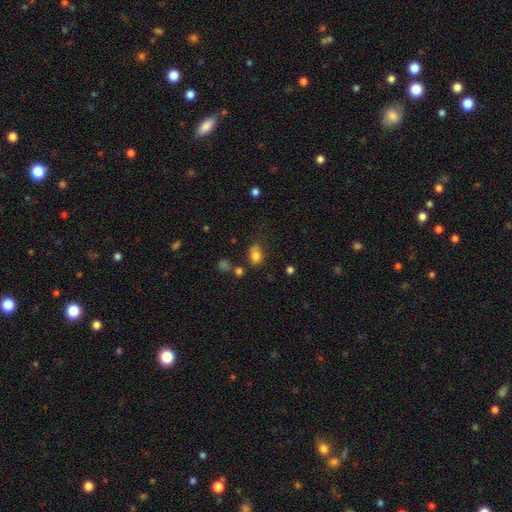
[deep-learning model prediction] smooth_or_featured: smooth (p=0.80) [alt: star or artifact p=0.12]
how_rounded: in between (p=0.68) [alt: round p=0.30]
merging: none (p=0.56) [alt: minor disturbance p=0.25]